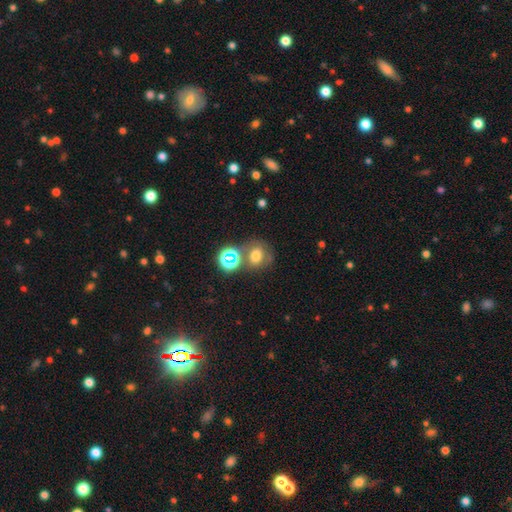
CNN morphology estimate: smooth-or-featured: smooth: 62% | star or artifact: 22% | featured or disk: 15%
  how-rounded: round: 71% | in between: 28% | cigar-shaped: 1%
  merging: none: 57% | merger: 21% | minor disturbance: 14% | major disturbance: 8%